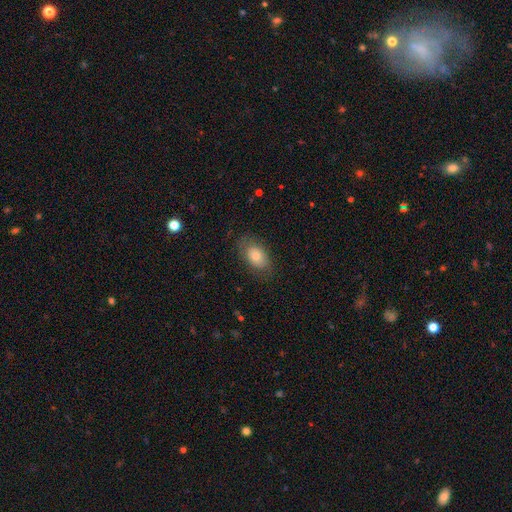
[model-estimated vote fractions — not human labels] This is likely a smooth galaxy (74%). How rounded: clearly in between (89%). Merging: likely none (77%).